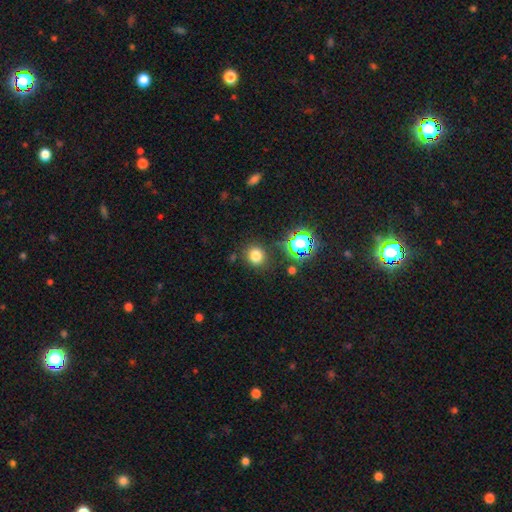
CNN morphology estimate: Q: Smooth or featured?
A: smooth (74%); runner-up: star or artifact (20%)
Q: How rounded?
A: round (81%); runner-up: in between (18%)
Q: Merging?
A: none (83%); runner-up: minor disturbance (10%)